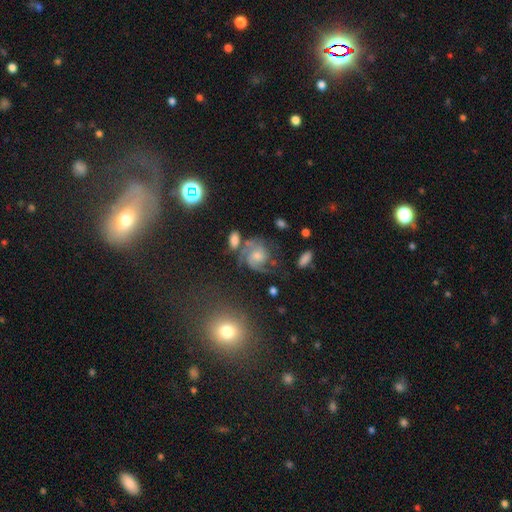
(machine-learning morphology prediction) Smooth or featured?
  - featured or disk: 75% *
  - smooth: 16%
  - star or artifact: 9%
Edge-on disk?
  - no: 97% *
  - yes: 3%
Bar?
  - no: 65% *
  - weak: 30%
  - strong: 5%
Spiral arms?
  - yes: 94% *
  - no: 6%
Spiral winding?
  - medium: 46% *
  - tight: 39%
  - loose: 15%
Spiral arm count?
  - 2: 51% *
  - 3: 19%
  - can't tell: 16%
  - 1: 7%
  - 4: 4%
  - more than 4: 4%
Bulge size?
  - moderate: 42% *
  - small: 32%
  - large: 12%
  - none: 12%
  - dominant: 2%
Merging?
  - none: 46% *
  - minor disturbance: 21%
  - major disturbance: 18%
  - merger: 15%